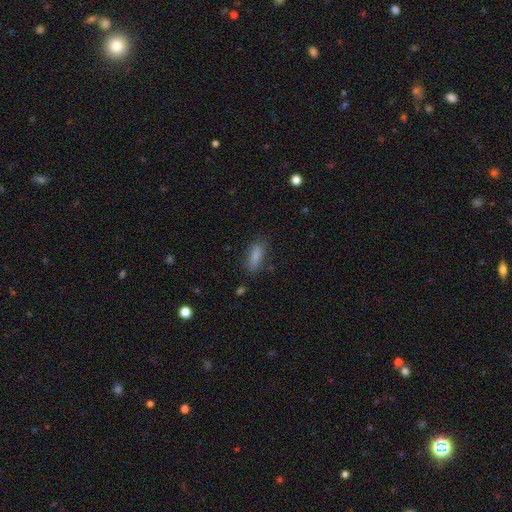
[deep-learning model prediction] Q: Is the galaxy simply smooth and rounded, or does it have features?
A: smooth — 83%.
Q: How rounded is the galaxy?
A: in between — 68%.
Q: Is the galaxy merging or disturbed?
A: none — 78%.